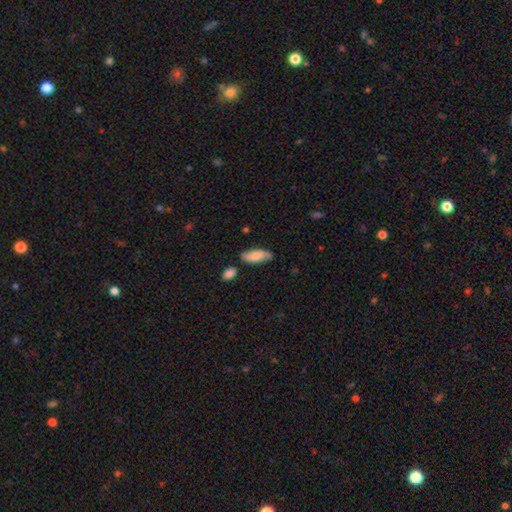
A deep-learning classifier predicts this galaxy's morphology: Q: Smooth or featured?
A: smooth (69%); runner-up: featured or disk (25%)
Q: How rounded?
A: in between (79%); runner-up: cigar-shaped (18%)
Q: Merging?
A: none (73%); runner-up: minor disturbance (19%)